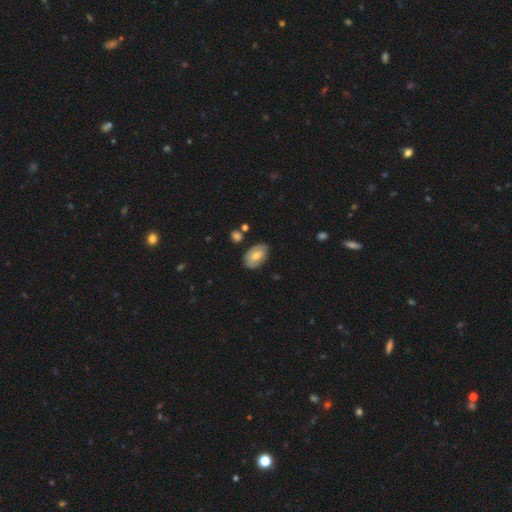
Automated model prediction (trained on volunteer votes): A smooth galaxy with no disk features (63%) that is in between round and cigar-shaped (90%).

Vote fractions:
- Smooth or featured? smooth: 63% / featured or disk: 30% / star or artifact: 7%
- How rounded? in between: 90% / round: 9% / cigar-shaped: 1%
- Merging? none: 74% / minor disturbance: 20% / major disturbance: 4% / merger: 3%